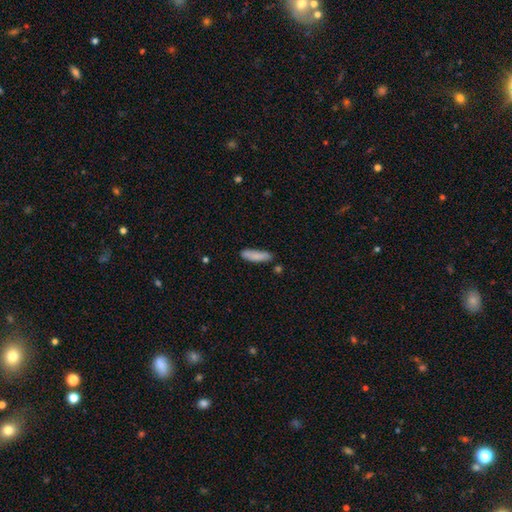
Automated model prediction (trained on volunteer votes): smooth 85%, featured or disk 9%, star or artifact 6%. Down the decision tree: how rounded — cigar-shaped (61%); merging — none (76%).